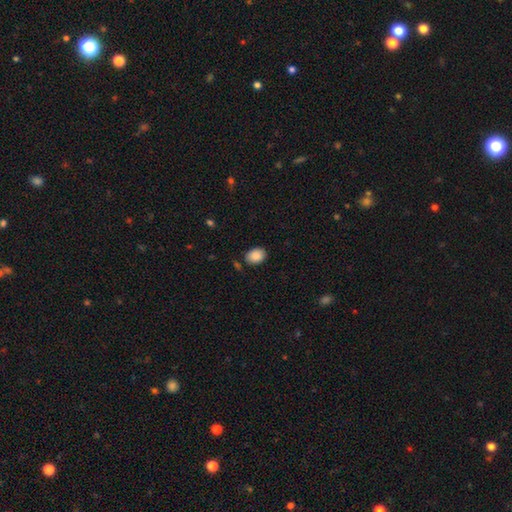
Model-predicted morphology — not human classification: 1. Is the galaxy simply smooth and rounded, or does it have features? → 88% smooth, 8% star or artifact, 4% featured or disk.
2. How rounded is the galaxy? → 69% in between, 30% round, 1% cigar-shaped.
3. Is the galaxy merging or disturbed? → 82% none, 12% minor disturbance, 3% merger, 3% major disturbance.